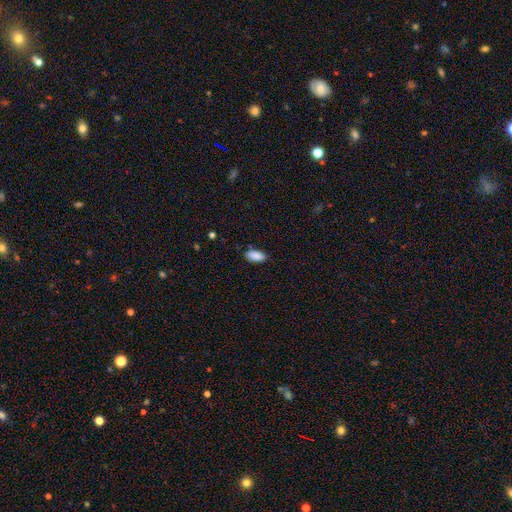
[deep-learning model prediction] Smooth or featured?
  - smooth: 89% *
  - star or artifact: 7%
  - featured or disk: 4%
How rounded?
  - in between: 91% *
  - cigar-shaped: 7%
  - round: 2%
Merging?
  - none: 82% *
  - minor disturbance: 14%
  - major disturbance: 3%
  - merger: 2%